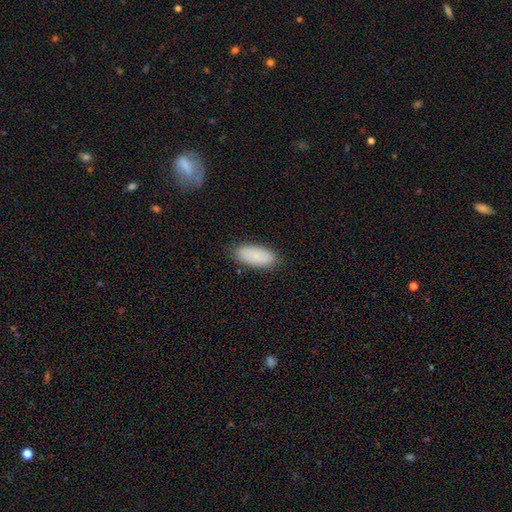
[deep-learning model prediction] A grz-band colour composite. It shows a smooth galaxy with no disk features (87%) that is in between round and cigar-shaped (88%). Merging: none (86%).